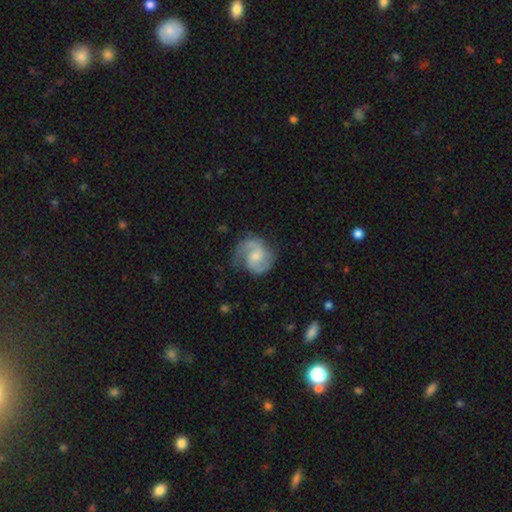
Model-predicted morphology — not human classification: Overall: featured or disk (82%). Edge-on disk: no (98%). Bar: weak (46%, tied with no). Spiral arms: yes (96%). Spiral arm count: 2 (88%). Spiral winding: medium (55%; tight 23%). Bulge size: small (45%; moderate 41%). Merging: none (68%).